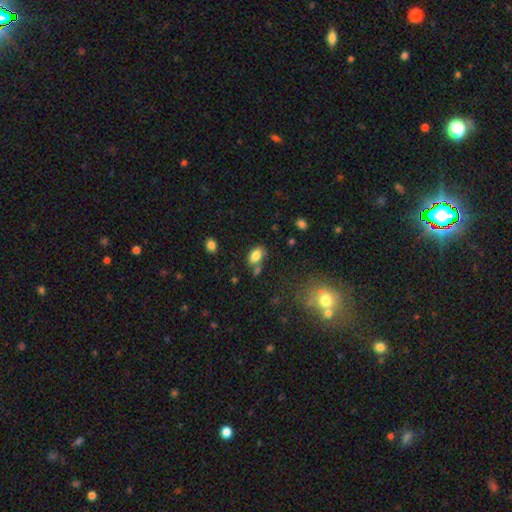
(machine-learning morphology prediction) Q: Smooth or featured?
A: smooth (82%); runner-up: star or artifact (9%)
Q: How rounded?
A: in between (89%); runner-up: round (8%)
Q: Merging?
A: none (63%); runner-up: minor disturbance (17%)